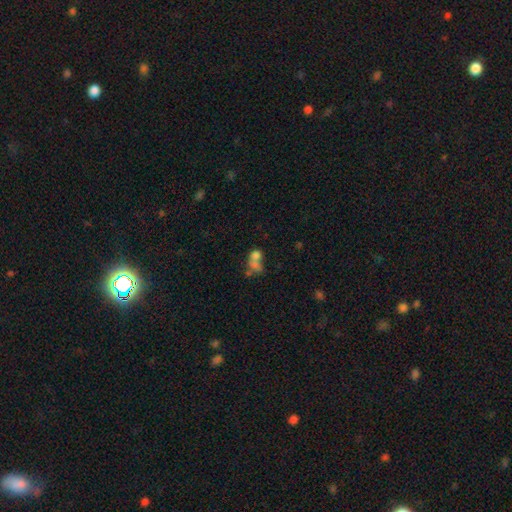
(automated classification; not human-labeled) Morphology: type=smooth (66%); roundness=in between (57%); merging=merger (60%).